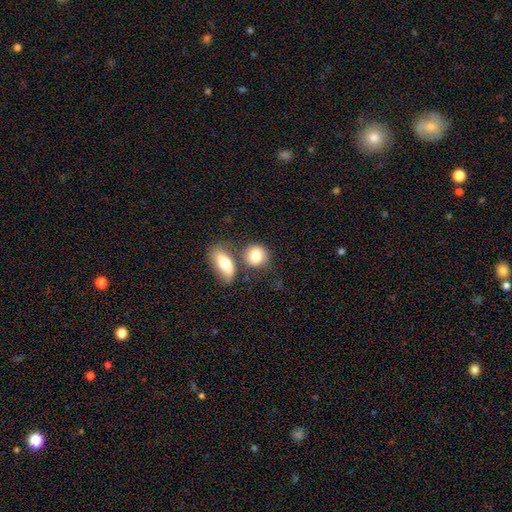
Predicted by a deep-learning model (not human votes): A smooth galaxy with no disk features (79%) that is round (65%).

Vote fractions:
- Smooth or featured? smooth: 79% / featured or disk: 14% / star or artifact: 7%
- How rounded? round: 65% / in between: 33% / cigar-shaped: 2%
- Merging? none: 53% / merger: 30% / minor disturbance: 12% / major disturbance: 5%